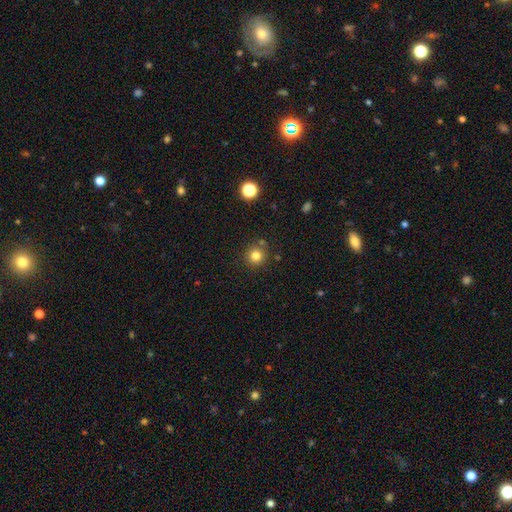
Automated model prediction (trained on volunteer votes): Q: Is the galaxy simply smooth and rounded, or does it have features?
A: smooth — 80%.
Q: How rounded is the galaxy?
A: round — 93%.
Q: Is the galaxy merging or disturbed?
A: none — 83%.